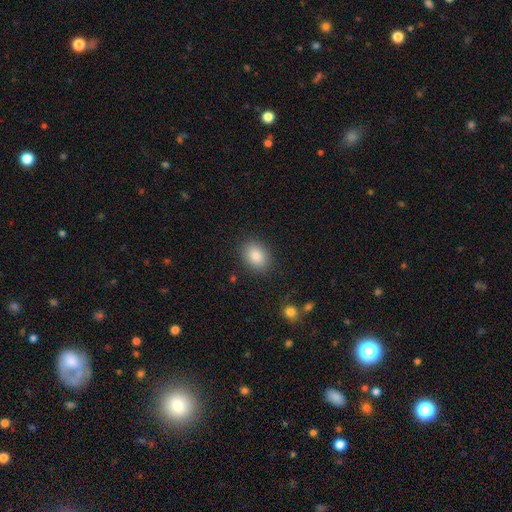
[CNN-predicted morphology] Smooth or featured?
  - smooth: 86% *
  - star or artifact: 8%
  - featured or disk: 5%
How rounded?
  - in between: 76% *
  - round: 23%
  - cigar-shaped: 1%
Merging?
  - none: 87% *
  - minor disturbance: 9%
  - major disturbance: 3%
  - merger: 1%